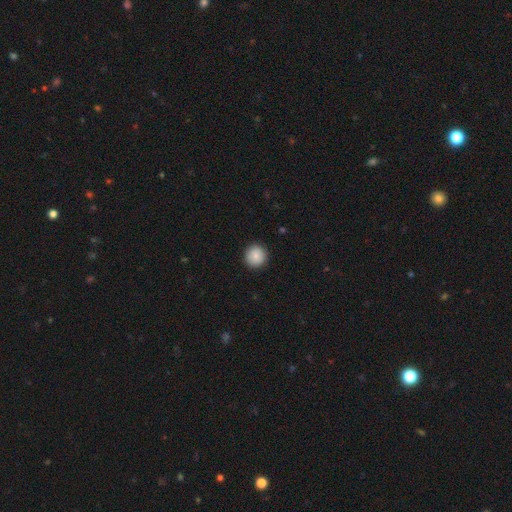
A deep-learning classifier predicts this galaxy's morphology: Smooth or featured?
  - smooth: 86% *
  - star or artifact: 8%
  - featured or disk: 6%
How rounded?
  - round: 95% *
  - in between: 4%
  - cigar-shaped: 1%
Merging?
  - none: 92% *
  - minor disturbance: 6%
  - major disturbance: 2%
  - merger: 1%